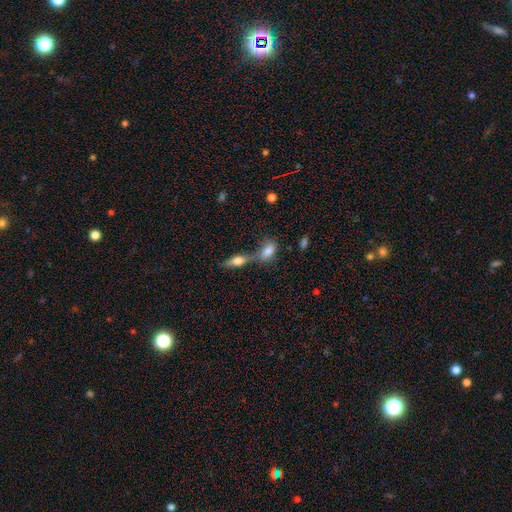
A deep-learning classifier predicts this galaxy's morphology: This appears to be a smooth galaxy with no disk features (45%). Merging: none (49%).